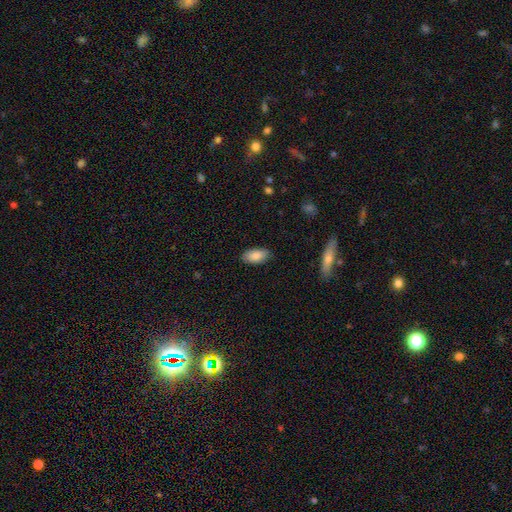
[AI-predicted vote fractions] Overall: smooth (86%). How rounded: in between (93%). Merging: none (86%).